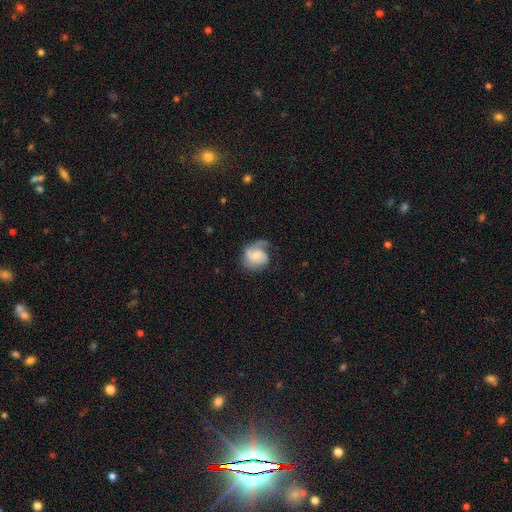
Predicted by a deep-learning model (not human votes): A featured or disk galaxy (64%) with no bar (67%), 2 (42%) medium (41%) spiral arms (91%) and a small central bulge (53%). Merging: none (50%).